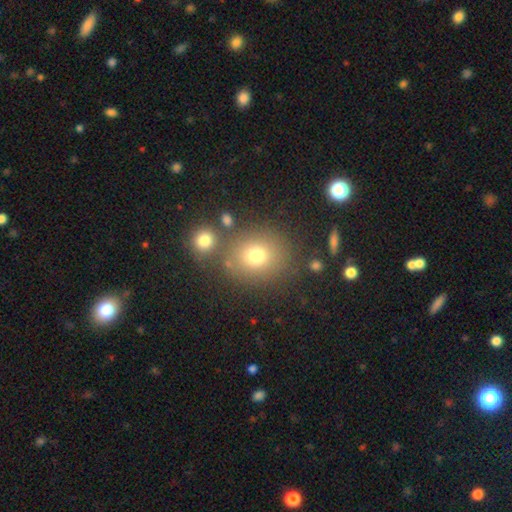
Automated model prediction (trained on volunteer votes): Smooth or featured: smooth — 74% (star or artifact — 15%)
How rounded: round — 74% (in between — 25%)
Merging: none — 74% (merger — 11%)